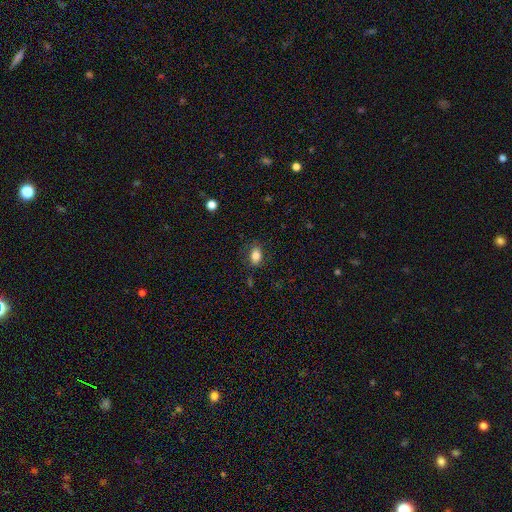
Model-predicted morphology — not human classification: Overall: smooth (80%). How rounded: in between (84%). Merging: none (76%).